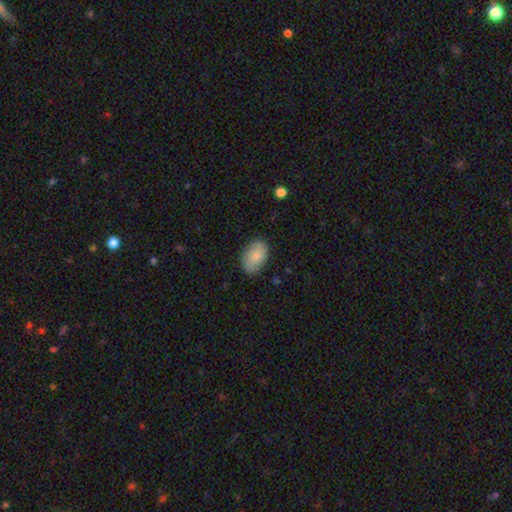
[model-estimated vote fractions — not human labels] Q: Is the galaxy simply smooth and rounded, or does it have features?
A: smooth — 82%.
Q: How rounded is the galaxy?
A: in between — 91%.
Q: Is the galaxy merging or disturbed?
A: none — 81%.